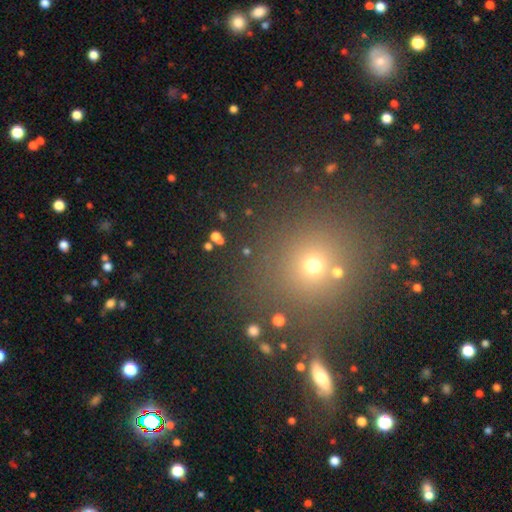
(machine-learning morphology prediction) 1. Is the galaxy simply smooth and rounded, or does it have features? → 47% star or artifact, 44% smooth, 9% featured or disk.